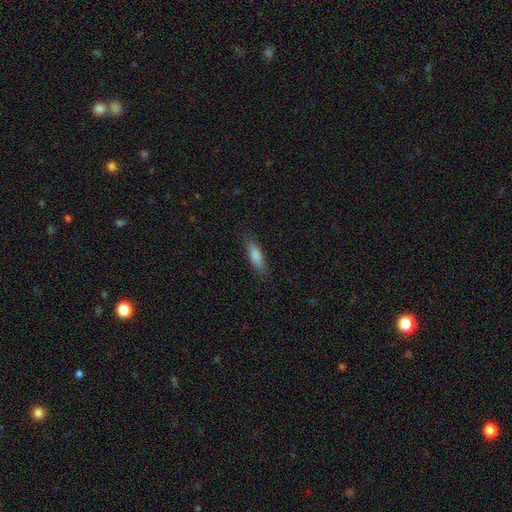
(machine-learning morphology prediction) Smooth or featured? smooth (83%)
How rounded? in between (50%)
Merging? none (80%)